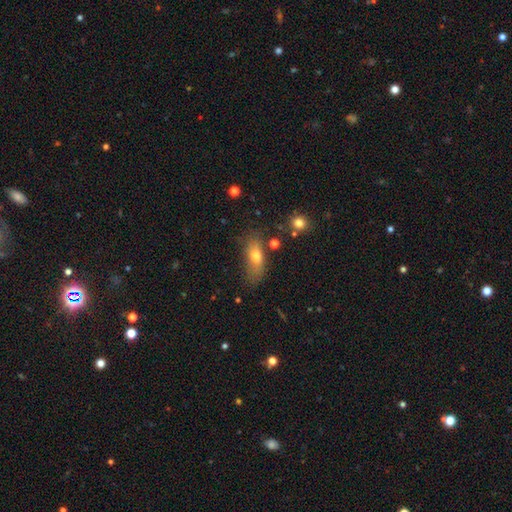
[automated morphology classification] Smooth or featured? Predicted: smooth (p=0.70). How rounded? Predicted: in between (p=0.74). Merging? Predicted: none (p=0.60).